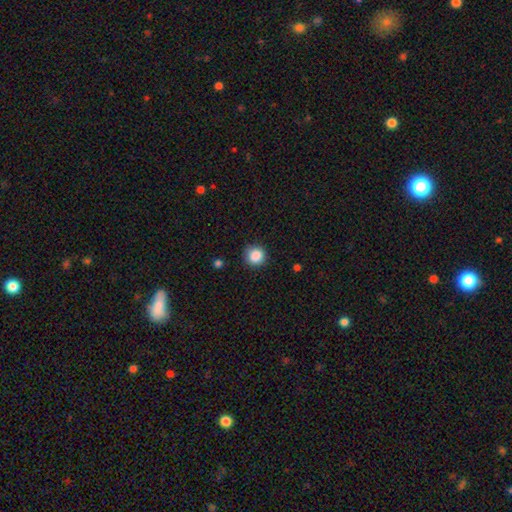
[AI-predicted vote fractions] Q: Smooth or featured?
A: smooth (87%); runner-up: star or artifact (10%)
Q: How rounded?
A: round (93%); runner-up: in between (6%)
Q: Merging?
A: none (88%); runner-up: minor disturbance (8%)